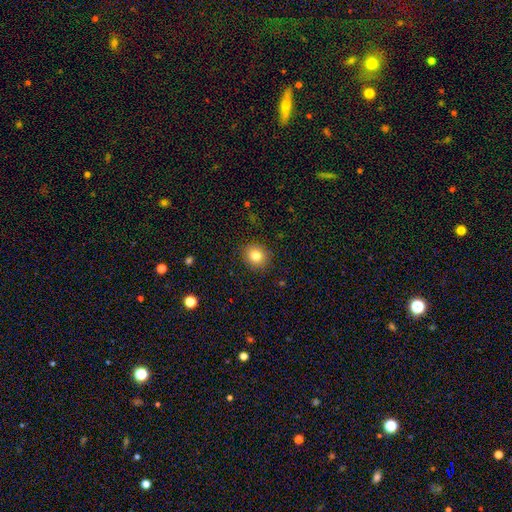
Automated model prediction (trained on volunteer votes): Morphology: type=smooth (82%); roundness=round (83%); merging=none (89%).